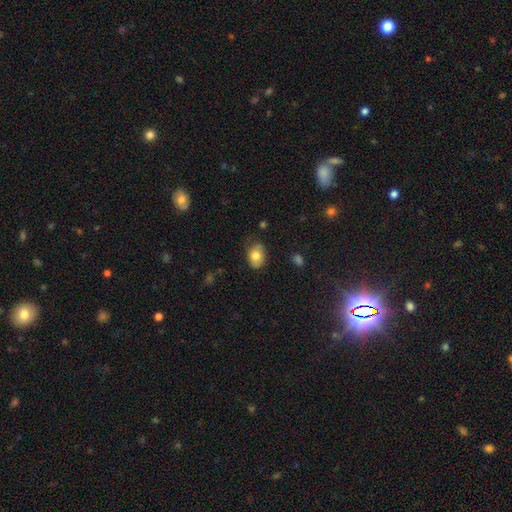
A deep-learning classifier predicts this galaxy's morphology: Smooth or featured: smooth — 78% (featured or disk — 14%)
How rounded: in between — 71% (round — 28%)
Merging: none — 68% (minor disturbance — 25%)